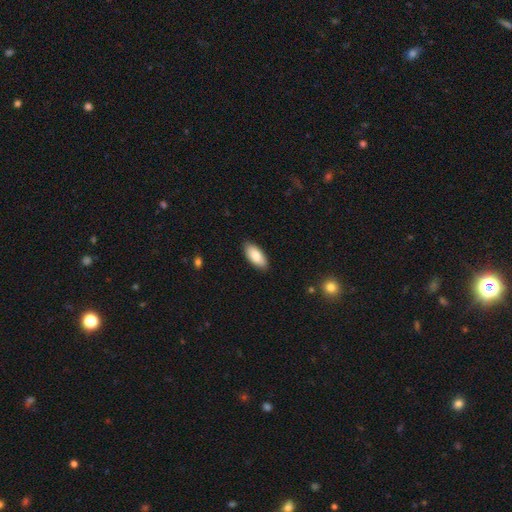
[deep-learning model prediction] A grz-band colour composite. It shows a smooth galaxy with no disk features (81%) that is in between round and cigar-shaped (91%). Merging: none (87%).